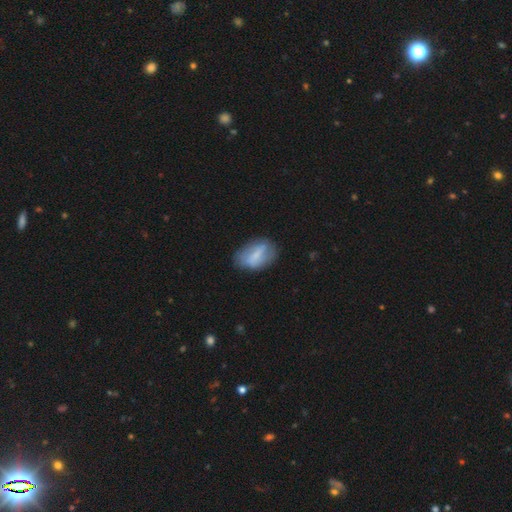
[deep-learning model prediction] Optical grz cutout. It shows a smooth galaxy with no disk features (52%) that is in between round and cigar-shaped (87%). Merging: none (67%).